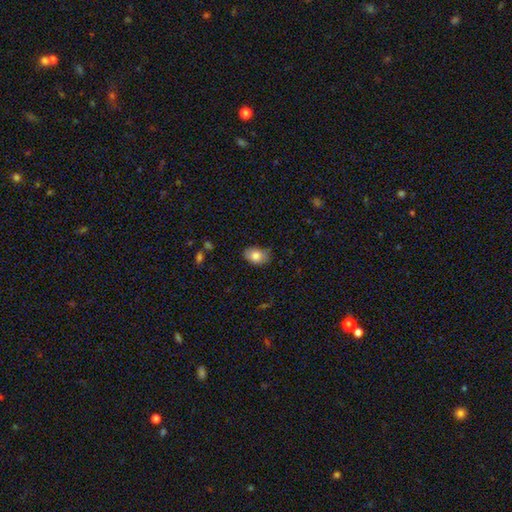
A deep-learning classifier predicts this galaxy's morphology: This is clearly a smooth galaxy (81%). How rounded: clearly in between (86%). Merging: likely none (71%).